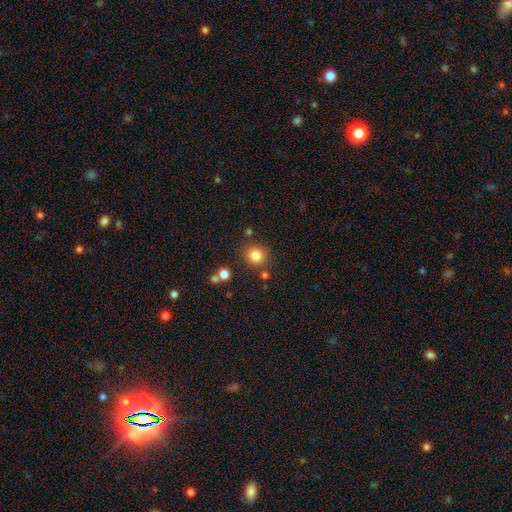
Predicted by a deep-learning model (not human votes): smooth 82%, star or artifact 12%, featured or disk 6%. Down the decision tree: how rounded — round (86%); merging — none (83%).